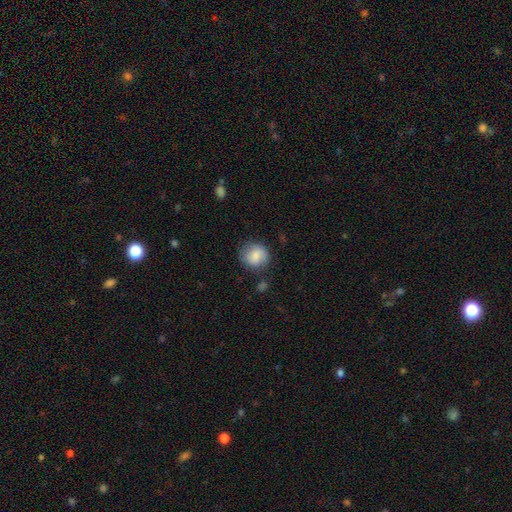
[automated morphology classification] smooth 81%, featured or disk 11%, star or artifact 8%. Down the decision tree: how rounded — round (83%); merging — none (72%).